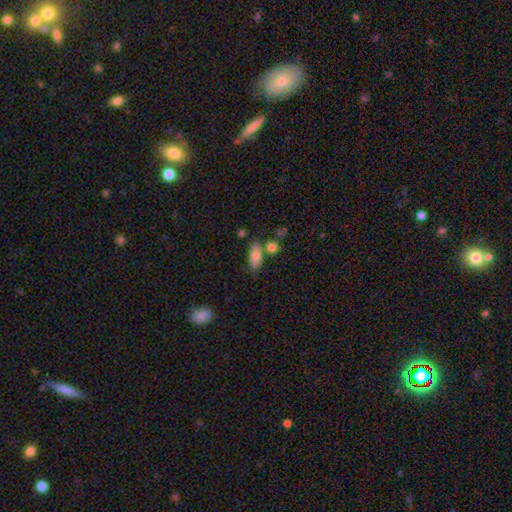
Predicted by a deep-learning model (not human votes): smooth 82%, featured or disk 10%, star or artifact 8%. Down the decision tree: how rounded — in between (87%); merging — none (68%).